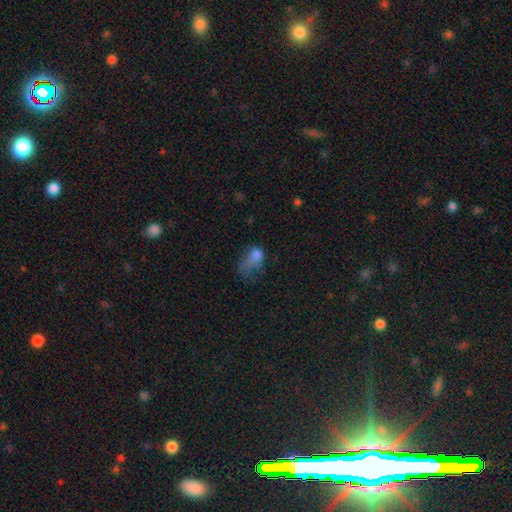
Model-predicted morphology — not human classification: A smooth galaxy with no disk features (68%) that is in between round and cigar-shaped (71%).

Vote fractions:
- Smooth or featured? smooth: 68% / featured or disk: 18% / star or artifact: 15%
- How rounded? in between: 71% / round: 27% / cigar-shaped: 2%
- Merging? major disturbance: 57% / minor disturbance: 20% / none: 17% / merger: 7%